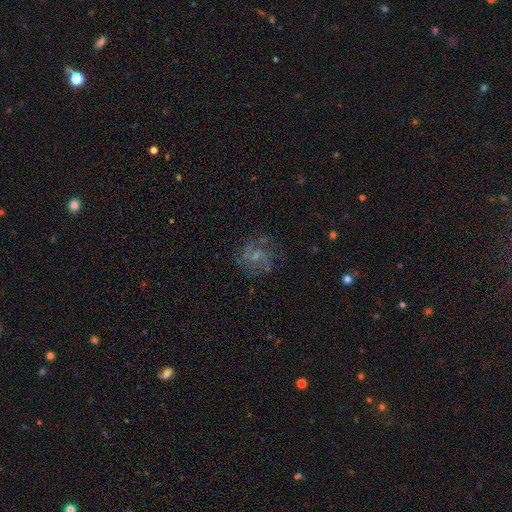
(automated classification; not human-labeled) A featured or disk galaxy (64%) with no bar (62%), spiral arms (78%) and a small central bulge (54%). Merging: none (65%).